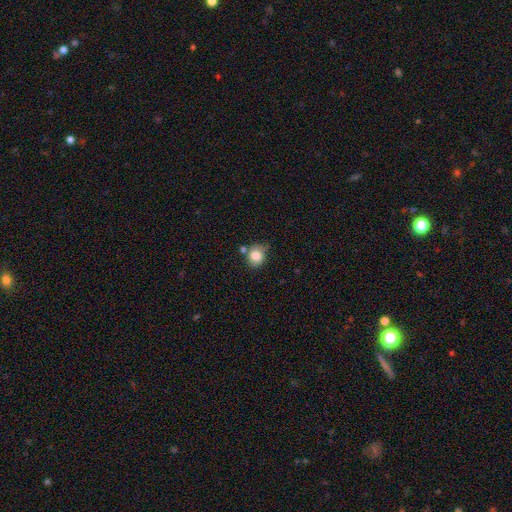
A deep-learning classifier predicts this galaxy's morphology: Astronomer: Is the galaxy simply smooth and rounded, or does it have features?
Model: smooth — 82%.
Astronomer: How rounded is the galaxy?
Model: round — 71%.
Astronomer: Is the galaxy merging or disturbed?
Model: none — 59%.